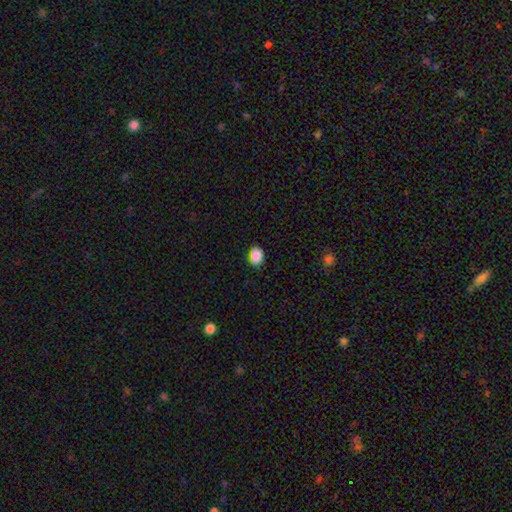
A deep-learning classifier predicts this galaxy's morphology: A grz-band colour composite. It shows a smooth galaxy with no disk features (86%) that is in between round and cigar-shaped (73%). Merging: none (78%).